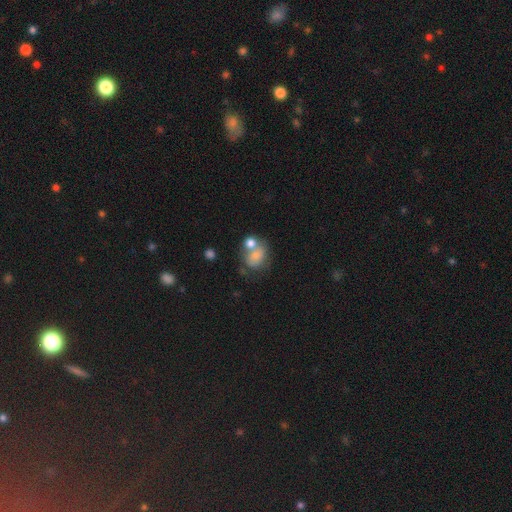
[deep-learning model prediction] A smooth galaxy with no disk features (71%) that is round (50%). Merging: merger (46%).